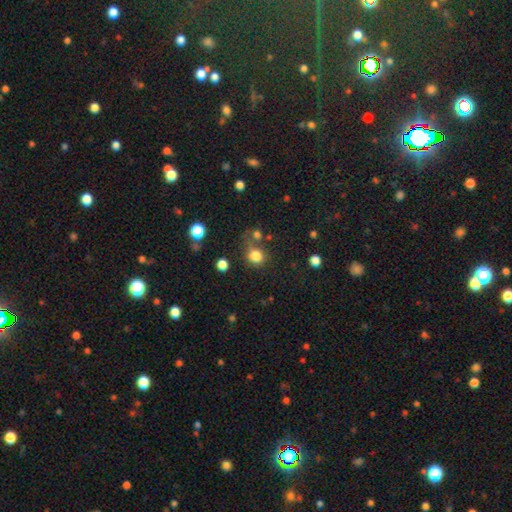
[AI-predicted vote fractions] smooth_or_featured: smooth (p=0.82) [alt: star or artifact p=0.13]
how_rounded: round (p=0.81) [alt: in between p=0.18]
merging: none (p=0.59) [alt: merger p=0.16]